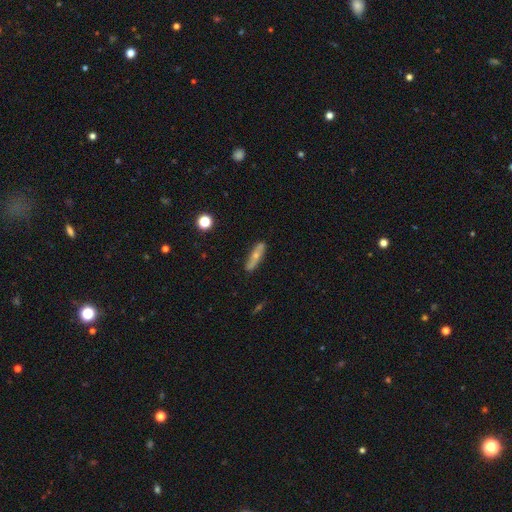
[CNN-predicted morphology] Smooth or featured?
  - smooth: 48% *
  - featured or disk: 45%
  - star or artifact: 7%
Merging?
  - none: 82% *
  - minor disturbance: 13%
  - major disturbance: 3%
  - merger: 2%